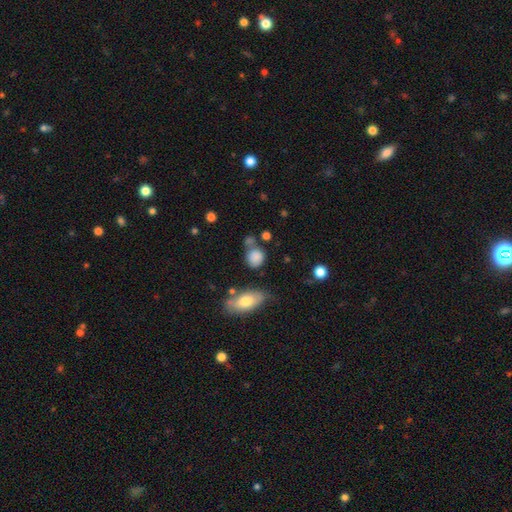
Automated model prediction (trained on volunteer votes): smooth-or-featured: smooth: 83% | star or artifact: 10% | featured or disk: 7%
  how-rounded: round: 73% | in between: 25% | cigar-shaped: 2%
  merging: none: 58% | minor disturbance: 18% | merger: 18% | major disturbance: 7%